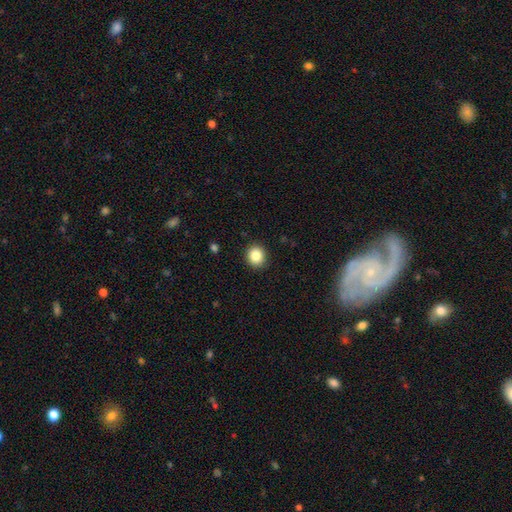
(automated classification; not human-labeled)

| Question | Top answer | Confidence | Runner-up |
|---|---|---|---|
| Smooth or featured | smooth | 85% | star or artifact (10%) |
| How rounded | round | 86% | in between (13%) |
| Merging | none | 91% | minor disturbance (6%) |